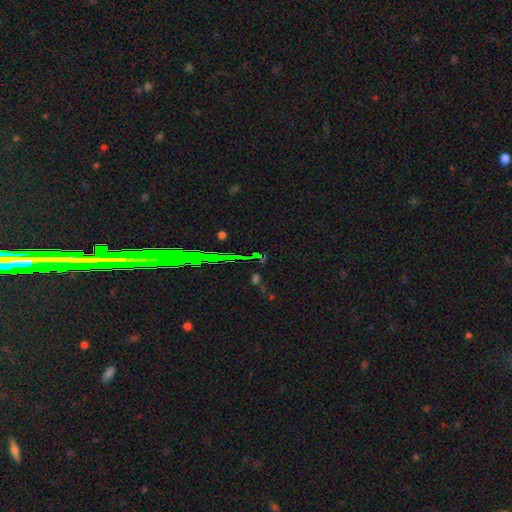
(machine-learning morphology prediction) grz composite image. It shows a star or artifact, not a galaxy (66%).